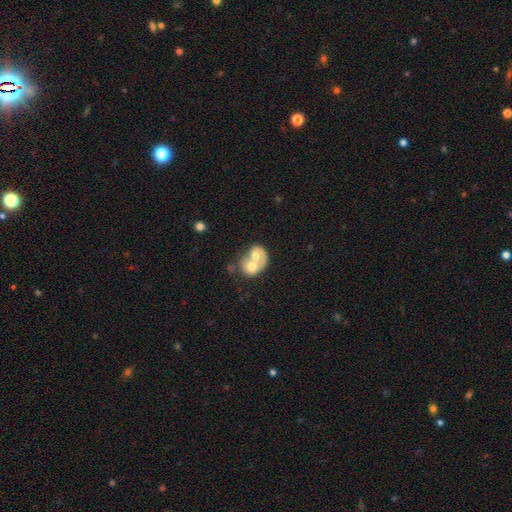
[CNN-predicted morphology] smooth 49%, featured or disk 45%, star or artifact 6%. Down the decision tree: merging — merger (82%).